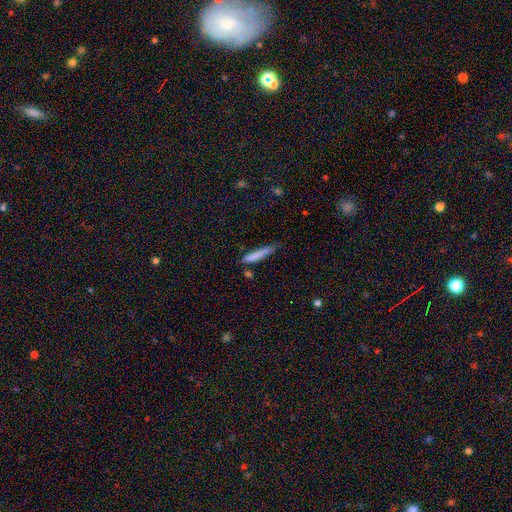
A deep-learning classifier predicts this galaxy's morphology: Smooth or featured? smooth (79%)
How rounded? cigar-shaped (91%)
Merging? none (62%)